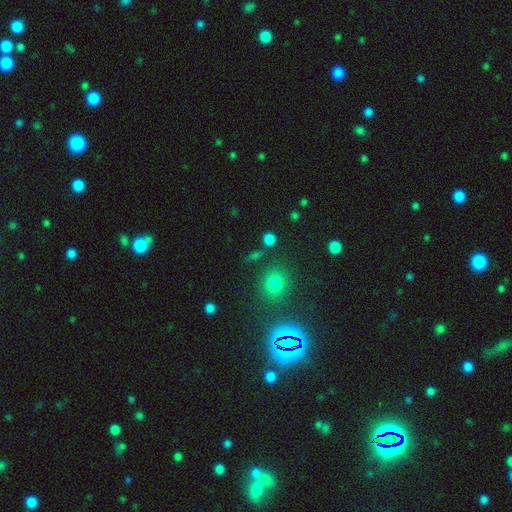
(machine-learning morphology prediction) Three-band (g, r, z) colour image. It shows a smooth galaxy with no disk features (52%) that is round (69%). Merging: none (80%).